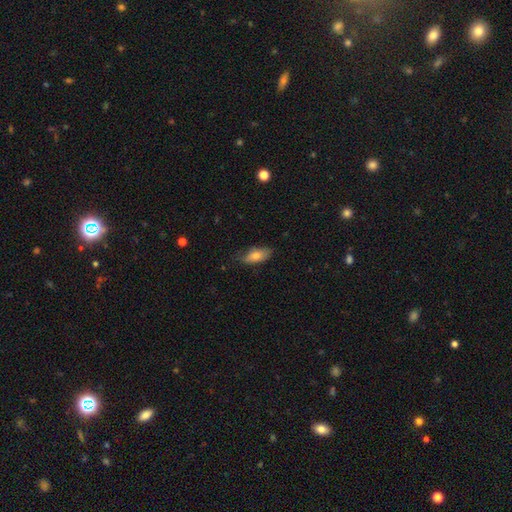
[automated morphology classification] smooth_or_featured: smooth (p=0.74) [alt: featured or disk p=0.18]
how_rounded: in between (p=0.83) [alt: cigar-shaped p=0.14]
merging: none (p=0.70) [alt: minor disturbance p=0.24]